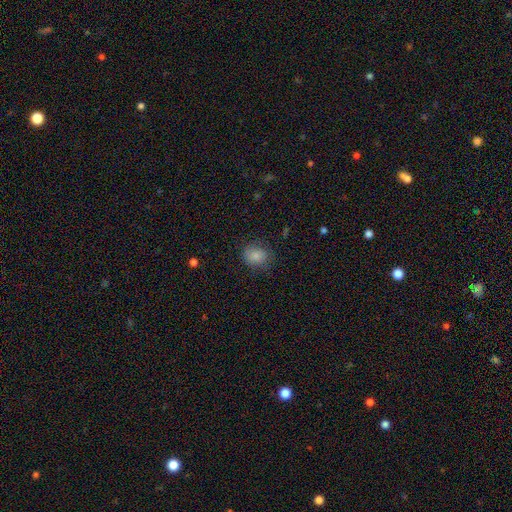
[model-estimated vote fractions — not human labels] smooth 84%, star or artifact 9%, featured or disk 7%. Down the decision tree: how rounded — round (64%); merging — none (76%).